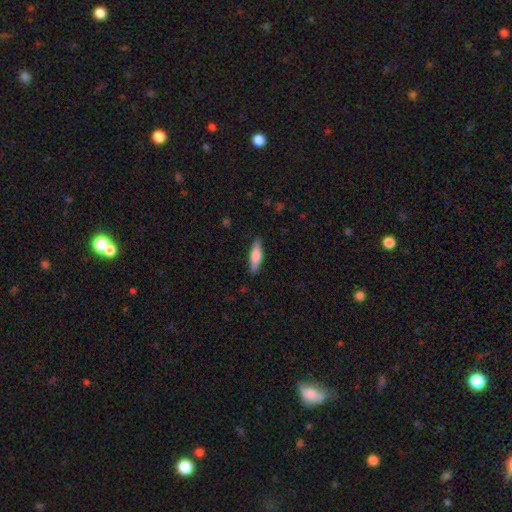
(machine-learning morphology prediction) smooth-or-featured: smooth: 61% | featured or disk: 33% | star or artifact: 6%
  how-rounded: cigar-shaped: 62% | in between: 36% | round: 2%
  merging: none: 88% | minor disturbance: 9% | major disturbance: 2% | merger: 1%